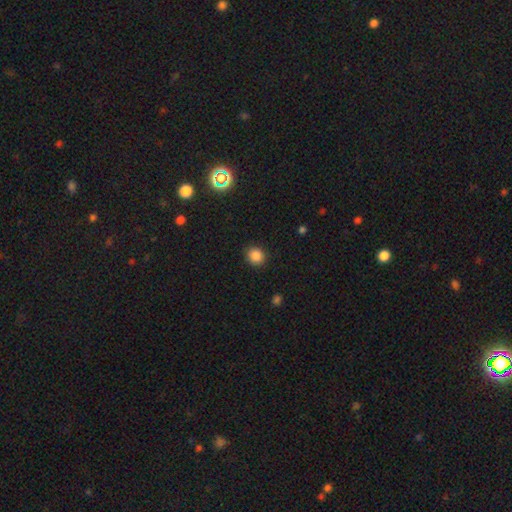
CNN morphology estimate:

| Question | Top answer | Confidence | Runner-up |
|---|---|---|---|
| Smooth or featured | smooth | 85% | star or artifact (11%) |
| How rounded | round | 82% | in between (17%) |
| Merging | none | 89% | minor disturbance (8%) |